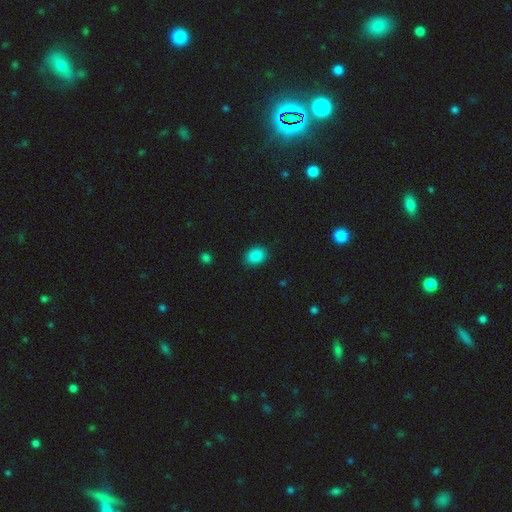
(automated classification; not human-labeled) This is clearly a smooth galaxy (87%). How rounded: likely in between (65%). Merging: clearly none (88%).